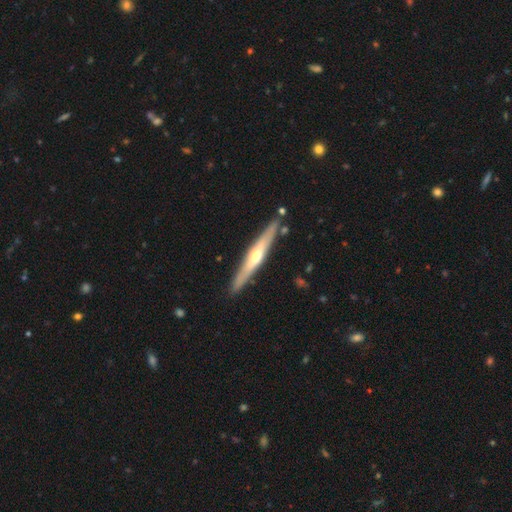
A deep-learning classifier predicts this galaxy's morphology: Smooth or featured? featured or disk (66%)
Edge-on disk? yes (96%)
Edge-on bulge? rounded (84%)
Merging? none (87%)